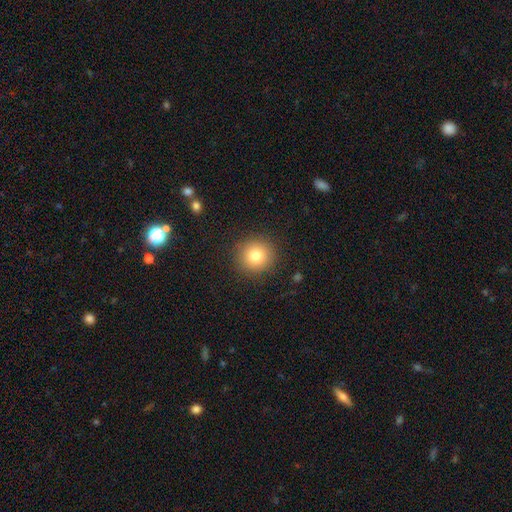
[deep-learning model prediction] This is clearly a smooth galaxy (80%). How rounded: clearly round (93%). Merging: clearly none (90%).